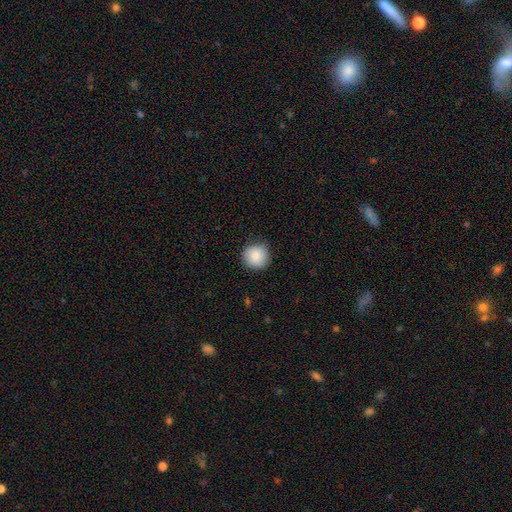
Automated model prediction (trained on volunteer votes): Smooth or featured? Predicted: smooth (p=0.86). How rounded? Predicted: round (p=0.93). Merging? Predicted: none (p=0.85).